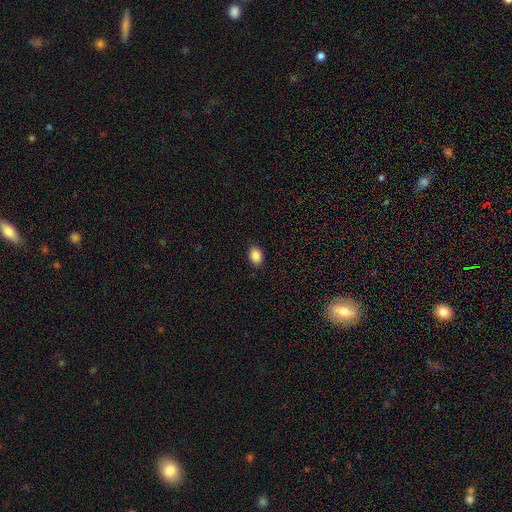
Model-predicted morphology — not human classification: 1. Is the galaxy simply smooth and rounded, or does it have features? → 88% smooth, 9% star or artifact, 3% featured or disk.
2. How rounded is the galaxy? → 74% in between, 25% round, 1% cigar-shaped.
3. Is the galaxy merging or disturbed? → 89% none, 8% minor disturbance, 2% major disturbance, 1% merger.